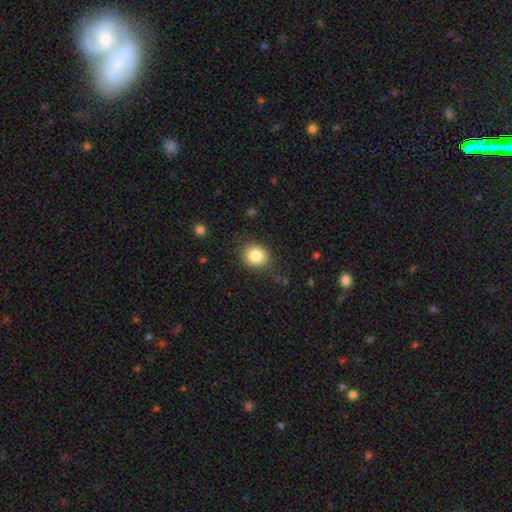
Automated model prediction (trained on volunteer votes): Smooth or featured: smooth — 84% (star or artifact — 10%)
How rounded: round — 73% (in between — 26%)
Merging: none — 83% (minor disturbance — 12%)